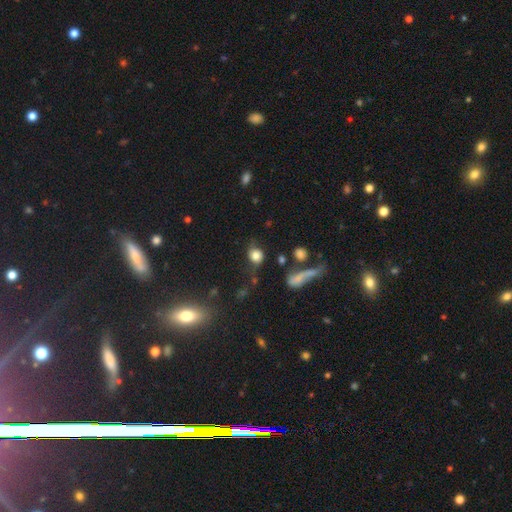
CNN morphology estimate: Smooth or featured: smooth — 75% (featured or disk — 14%)
How rounded: round — 66% (in between — 32%)
Merging: none — 52% (minor disturbance — 24%)